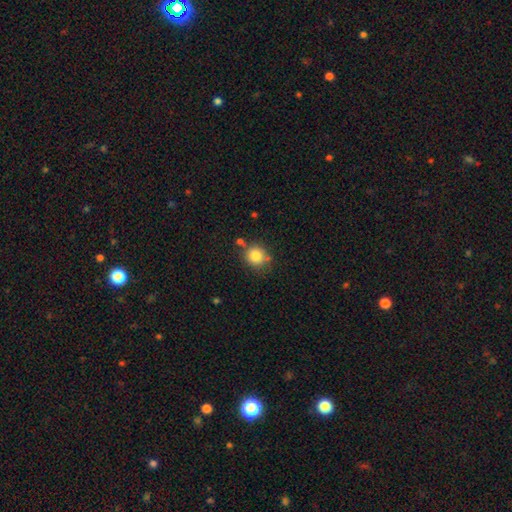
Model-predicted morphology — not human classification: Q: Smooth or featured?
A: smooth (83%); runner-up: star or artifact (10%)
Q: How rounded?
A: round (86%); runner-up: in between (13%)
Q: Merging?
A: none (72%); runner-up: minor disturbance (15%)